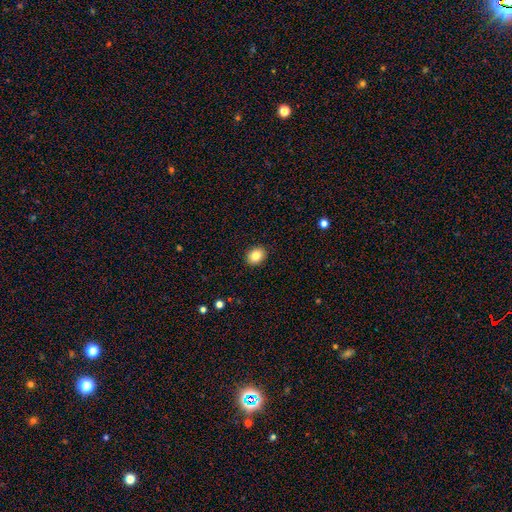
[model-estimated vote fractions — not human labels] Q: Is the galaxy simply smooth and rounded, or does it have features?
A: smooth — 85%.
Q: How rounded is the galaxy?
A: round — 50%.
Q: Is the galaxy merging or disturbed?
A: none — 91%.